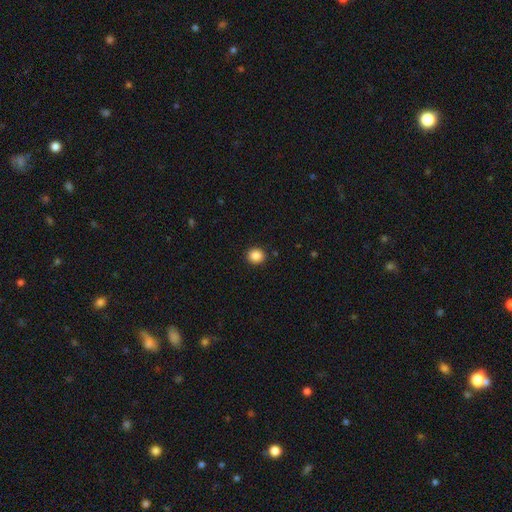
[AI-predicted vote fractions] Smooth or featured?
  - smooth: 87% *
  - star or artifact: 10%
  - featured or disk: 3%
How rounded?
  - round: 87% *
  - in between: 13%
  - cigar-shaped: 1%
Merging?
  - none: 91% *
  - minor disturbance: 6%
  - major disturbance: 2%
  - merger: 1%